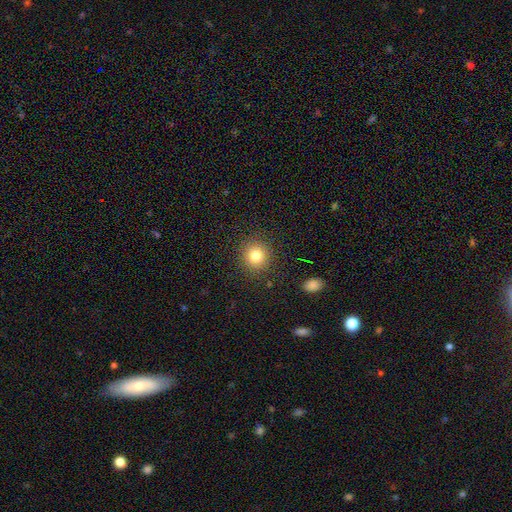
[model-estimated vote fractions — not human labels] A smooth galaxy with no disk features (81%) that is round (91%).

Vote fractions:
- Smooth or featured? smooth: 81% / star or artifact: 12% / featured or disk: 7%
- How rounded? round: 91% / in between: 8% / cigar-shaped: 1%
- Merging? none: 89% / minor disturbance: 7% / major disturbance: 3% / merger: 1%